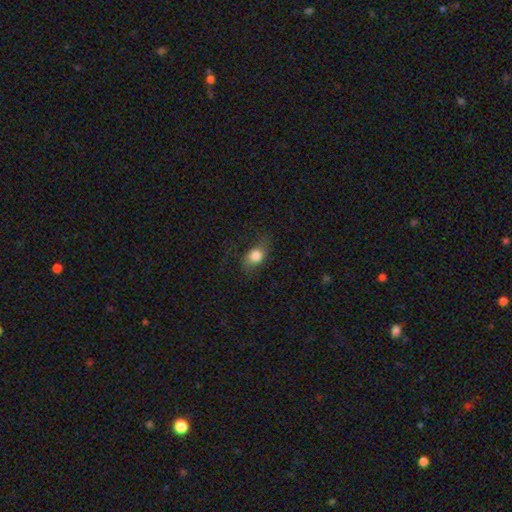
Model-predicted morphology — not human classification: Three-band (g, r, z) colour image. It shows a smooth galaxy with no disk features (74%) that is in between round and cigar-shaped (67%). Merging: none (63%).